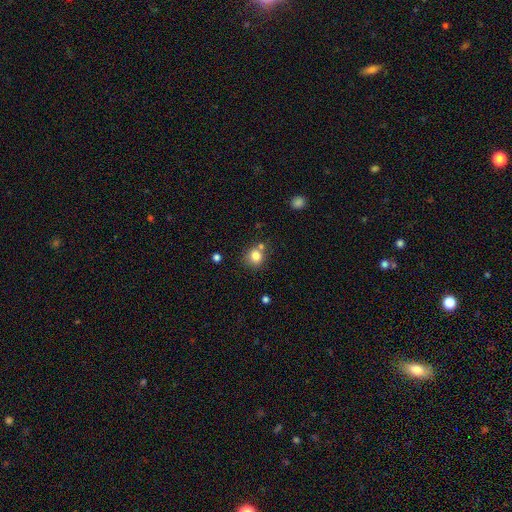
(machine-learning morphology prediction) Smooth or featured? smooth (80%)
How rounded? round (79%)
Merging? none (63%)